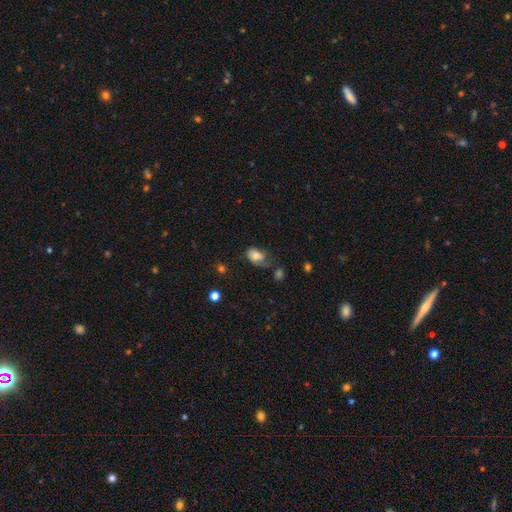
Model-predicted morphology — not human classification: Smooth or featured? smooth (69%)
How rounded? in between (87%)
Merging? none (35%)